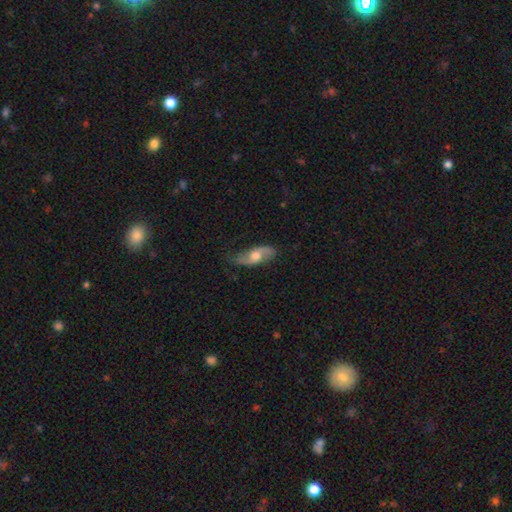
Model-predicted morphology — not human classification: Smooth or featured? Predicted: featured or disk (p=0.68). Edge-on disk? Predicted: no (p=0.86). Bar? Predicted: no (p=0.65). Spiral arms? Predicted: yes (p=0.89). Spiral winding? Predicted: loose (p=0.66). Spiral arm count? Predicted: 2 (p=0.90). Bulge size? Predicted: moderate (p=0.69). Merging? Predicted: none (p=0.73).